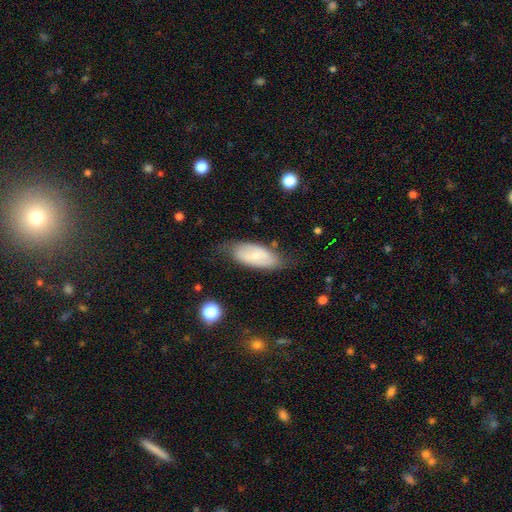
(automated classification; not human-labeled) A smooth galaxy with no disk features (49%).

Vote fractions:
- Smooth or featured? smooth: 49% / featured or disk: 44% / star or artifact: 7%
- Merging? none: 63% / minor disturbance: 26% / major disturbance: 9% / merger: 3%